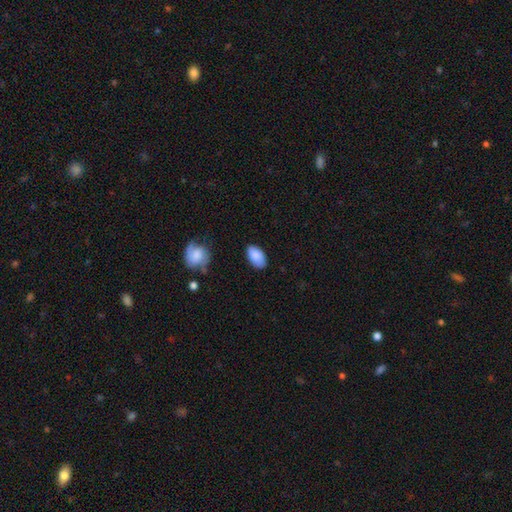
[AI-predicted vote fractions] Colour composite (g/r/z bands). It shows a smooth galaxy with no disk features (87%) that is in between round and cigar-shaped (94%). Merging: none (80%).